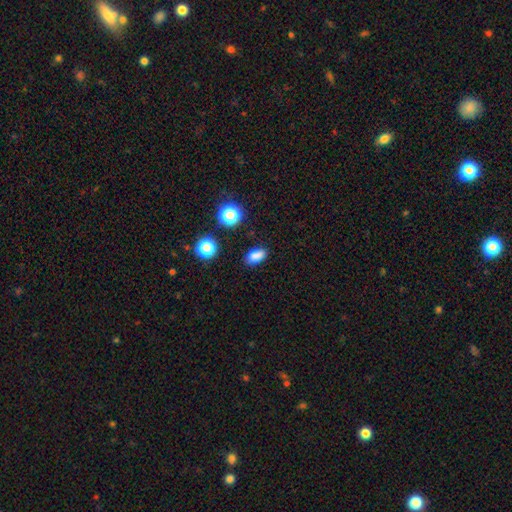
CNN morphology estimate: Smooth or featured: smooth — 83% (star or artifact — 13%)
How rounded: in between — 86% (round — 9%)
Merging: none — 84% (minor disturbance — 11%)